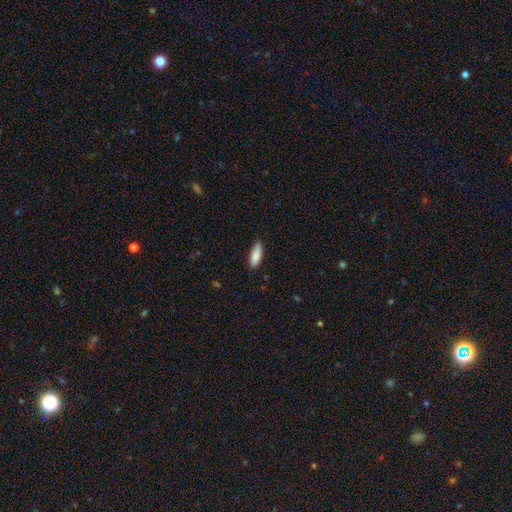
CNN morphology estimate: Overall: smooth (88%). How rounded: in between (60%; cigar-shaped 38%). Merging: none (81%).